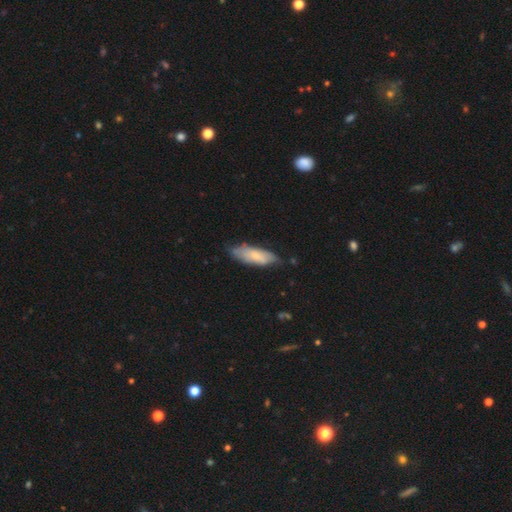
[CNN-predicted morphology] This is likely a smooth galaxy (68%). How rounded: likely in between (62%). Merging: likely none (64%).